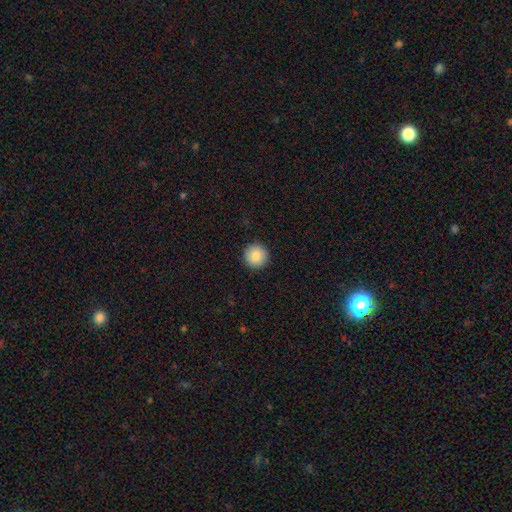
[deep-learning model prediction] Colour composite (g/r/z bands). It shows a smooth galaxy with no disk features (86%) that is round (96%). Merging: none (93%).